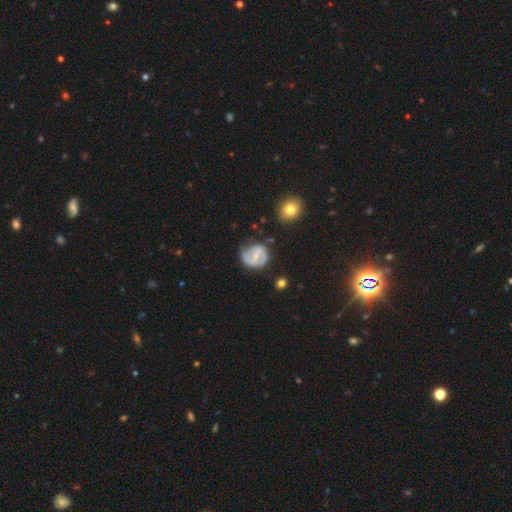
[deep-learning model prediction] smooth-or-featured: featured or disk: 66% | smooth: 27% | star or artifact: 6%
  disk-edge-on: no: 97% | yes: 3%
    bar: weak: 44% | strong: 36% | no: 20%
    has-spiral-arms: yes: 70% | no: 30%
    bulge-size: small: 58% | moderate: 31% | none: 9% | large: 1% | dominant: 1%
  merging: none: 62% | minor disturbance: 24% | major disturbance: 11% | merger: 3%